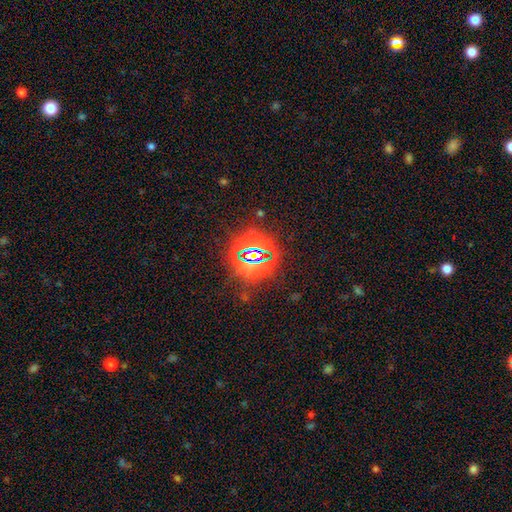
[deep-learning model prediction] Smooth or featured?
  - star or artifact: 80% *
  - smooth: 12%
  - featured or disk: 8%